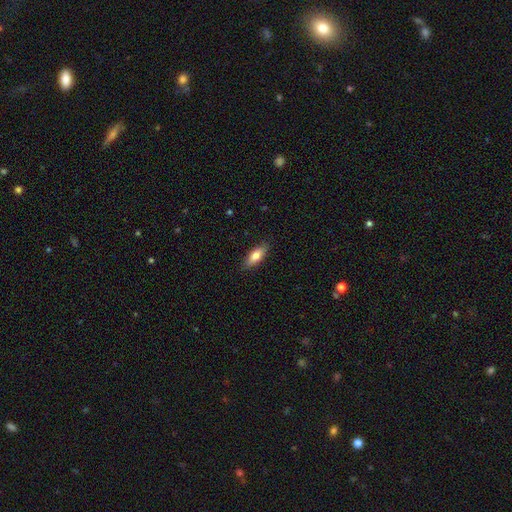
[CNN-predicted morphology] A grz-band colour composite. It shows a smooth galaxy with no disk features (76%) that is in between round and cigar-shaped (68%). Merging: none (87%).